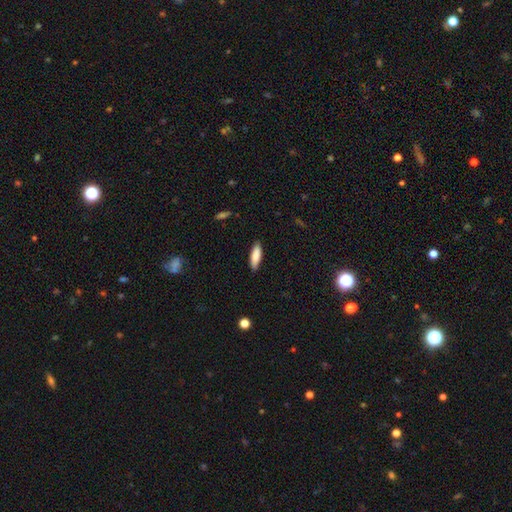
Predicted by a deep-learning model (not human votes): Morphology: type=smooth (85%); roundness=in between (51%); merging=none (87%).